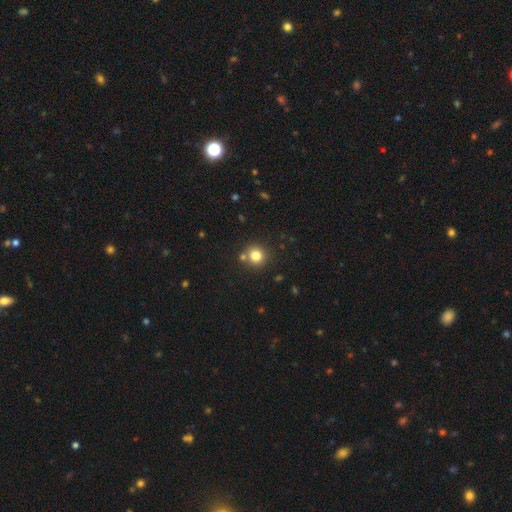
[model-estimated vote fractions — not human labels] smooth 80%, star or artifact 13%, featured or disk 7%. Down the decision tree: how rounded — round (92%); merging — none (78%).